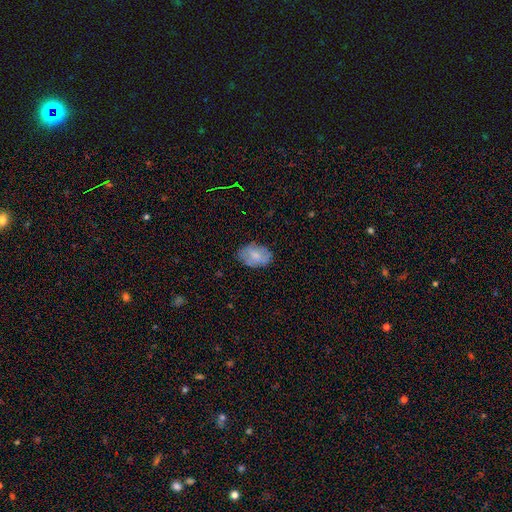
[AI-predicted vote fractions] smooth 74%, featured or disk 19%, star or artifact 7%. Down the decision tree: how rounded — in between (87%); merging — none (76%).